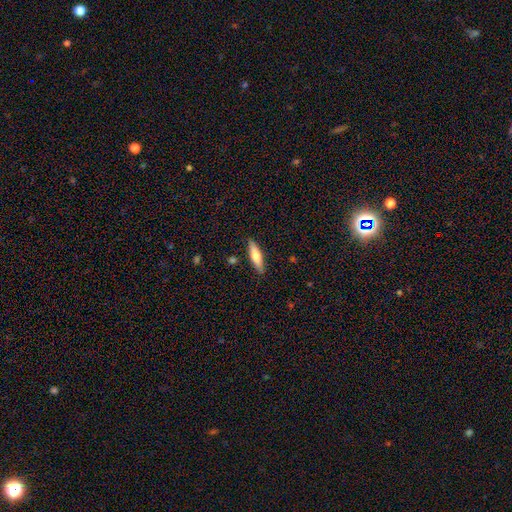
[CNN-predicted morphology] The model was most divided on "smooth or featured": smooth: 65%, featured or disk: 29%, star or artifact: 6%. More confident: merging — none (87%); how rounded — cigar-shaped (68%).